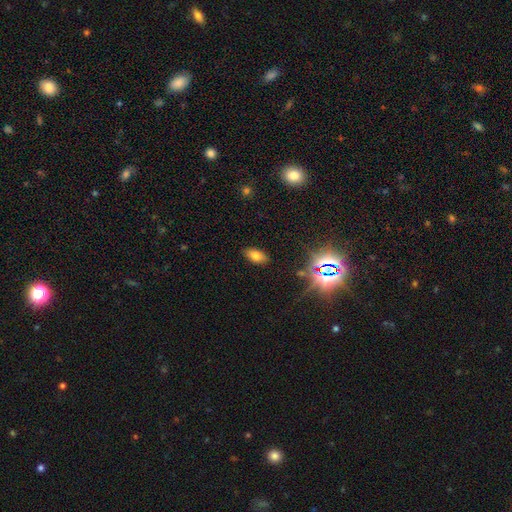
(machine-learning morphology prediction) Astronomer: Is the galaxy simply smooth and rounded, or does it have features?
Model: smooth — 68%.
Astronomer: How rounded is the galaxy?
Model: in between — 91%.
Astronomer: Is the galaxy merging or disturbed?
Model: none — 87%.